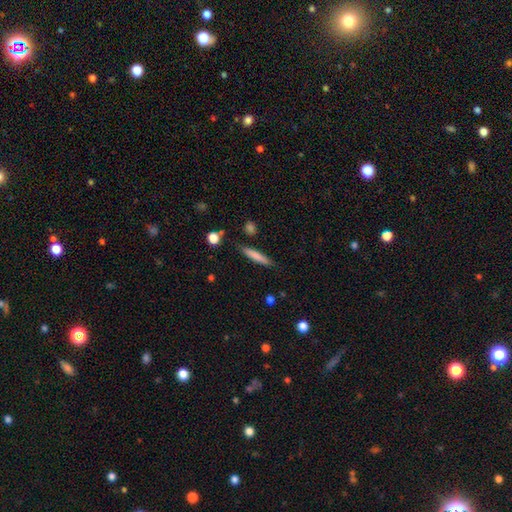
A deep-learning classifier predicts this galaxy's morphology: A smooth galaxy with no disk features (77%) that is cigar-shaped (92%).

Vote fractions:
- Smooth or featured? smooth: 77% / featured or disk: 17% / star or artifact: 6%
- How rounded? cigar-shaped: 92% / in between: 6% / round: 2%
- Merging? none: 85% / minor disturbance: 10% / merger: 2% / major disturbance: 2%